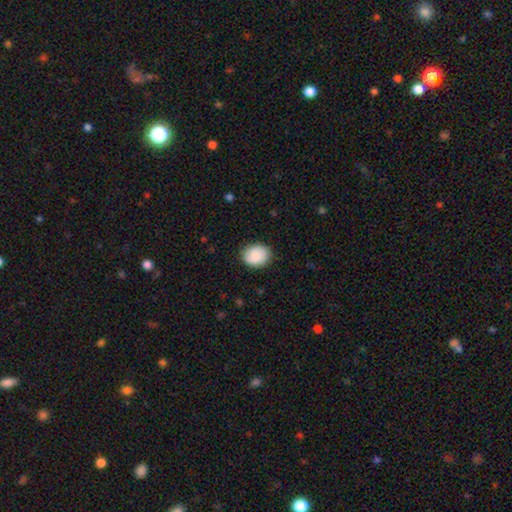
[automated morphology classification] smooth 87%, star or artifact 7%, featured or disk 6%. Down the decision tree: how rounded — round (54%); merging — none (84%).